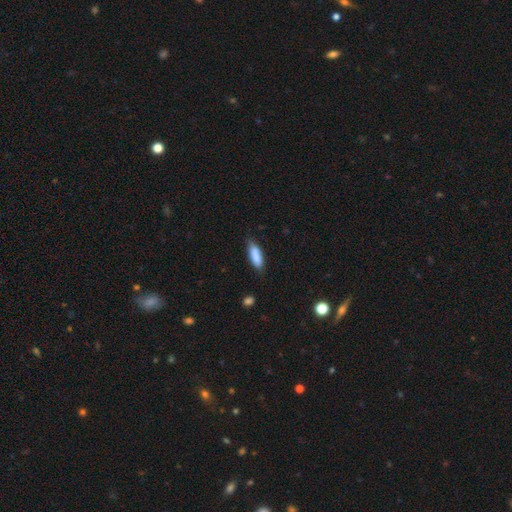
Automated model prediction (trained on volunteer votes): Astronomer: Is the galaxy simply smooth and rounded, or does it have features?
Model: smooth — 86%.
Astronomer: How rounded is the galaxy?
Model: in between — 59% (runner-up: cigar-shaped, 40%).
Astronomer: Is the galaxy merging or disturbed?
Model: none — 76%.